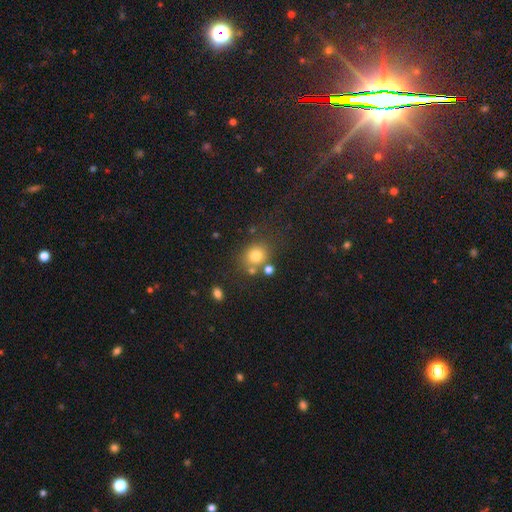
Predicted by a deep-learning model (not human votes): Smooth or featured? smooth (77%)
How rounded? round (78%)
Merging? none (68%)